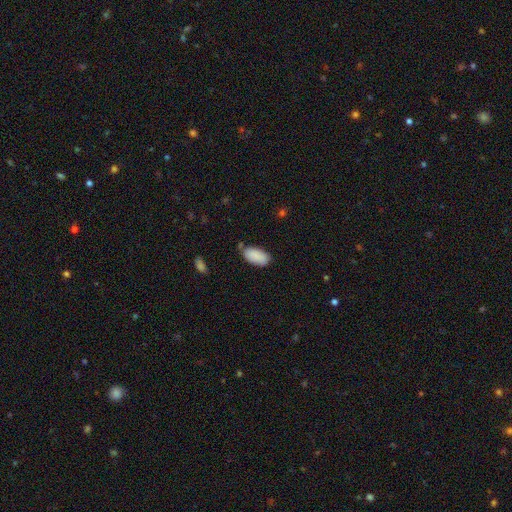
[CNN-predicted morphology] Smooth or featured? smooth (89%)
How rounded? in between (94%)
Merging? none (70%)